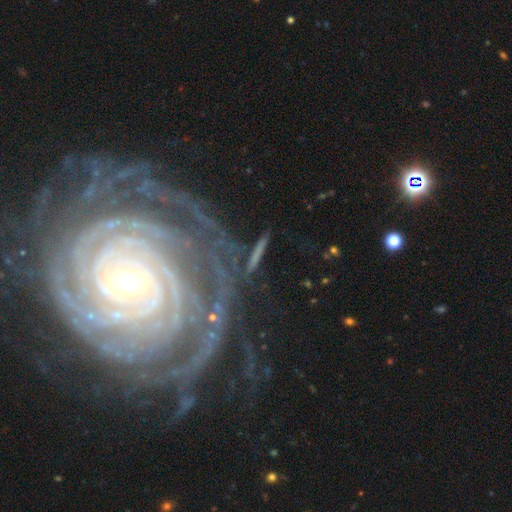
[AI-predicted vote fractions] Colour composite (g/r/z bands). It shows a featured or disk galaxy (73%) with a strong bar (36%), 2 (28%) tight (73%) spiral arms (92%) and a small central bulge (59%). Merging: none (76%).